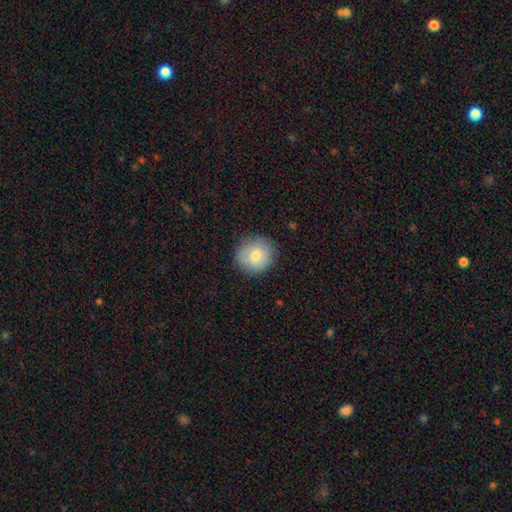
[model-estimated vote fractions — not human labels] smooth_or_featured: smooth (p=0.78) [alt: featured or disk p=0.14]
how_rounded: round (p=0.90) [alt: in between p=0.09]
merging: none (p=0.85) [alt: minor disturbance p=0.11]